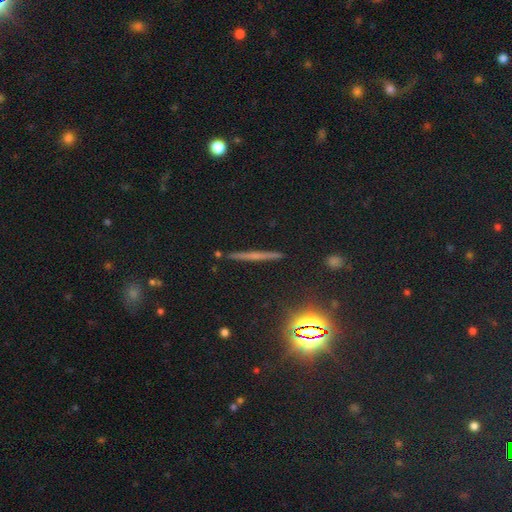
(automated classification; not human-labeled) Overall: featured or disk (44%; smooth 29%). Merging: none (91%).